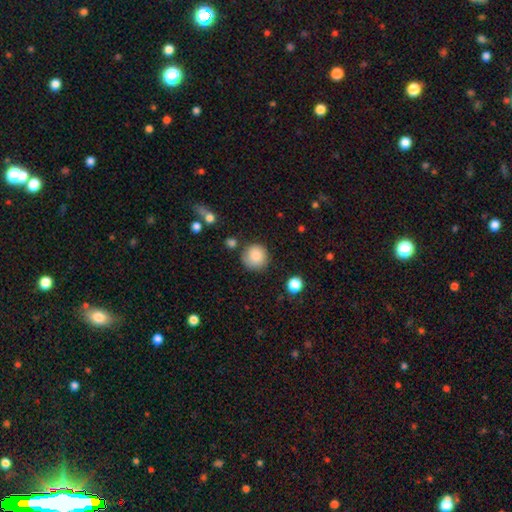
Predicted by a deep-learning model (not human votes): smooth 86%, star or artifact 8%, featured or disk 6%. Down the decision tree: how rounded — round (92%); merging — none (77%).